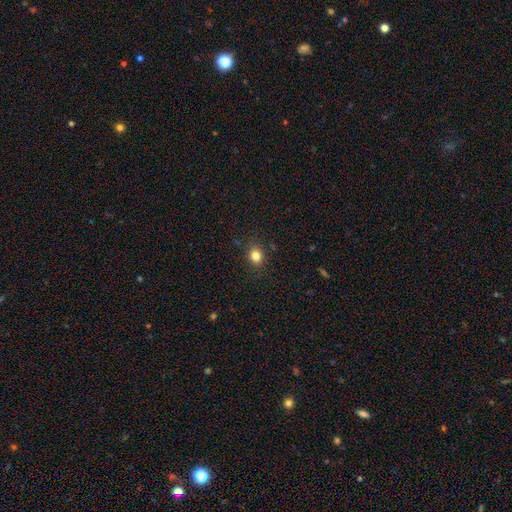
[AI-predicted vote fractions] smooth 82%, star or artifact 13%, featured or disk 5%. Down the decision tree: how rounded — round (66%); merging — none (87%).